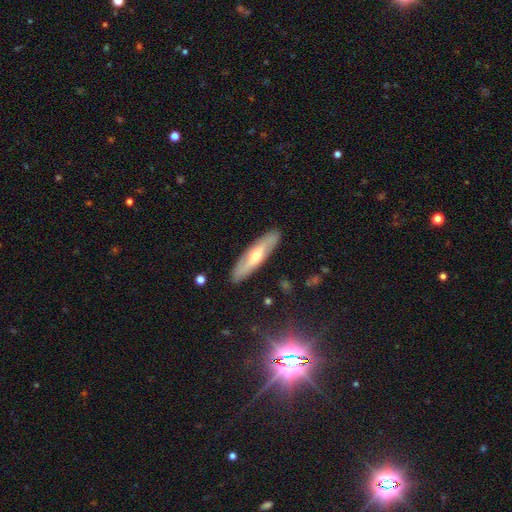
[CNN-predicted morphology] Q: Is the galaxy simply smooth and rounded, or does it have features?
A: featured or disk — 57%.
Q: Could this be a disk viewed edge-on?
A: yes — 52%.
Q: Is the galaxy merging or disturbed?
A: none — 88%.